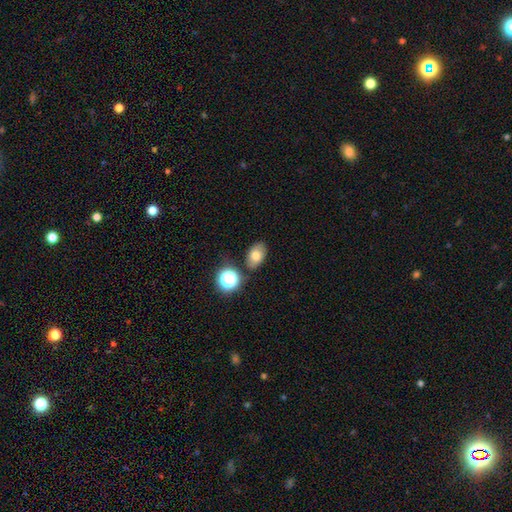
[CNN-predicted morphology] Smooth or featured? smooth (73%)
How rounded? in between (84%)
Merging? none (78%)